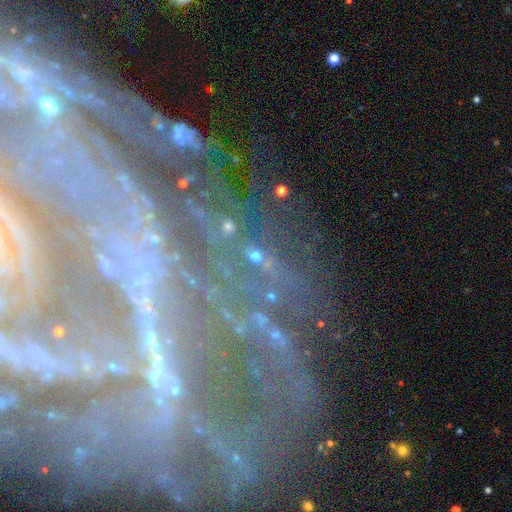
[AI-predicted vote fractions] smooth_or_featured: featured or disk (p=0.55) [alt: star or artifact p=0.35]
disk_edge_on: no (p=0.84) [alt: yes p=0.16]
merging: none (p=0.66) [alt: minor disturbance p=0.15]